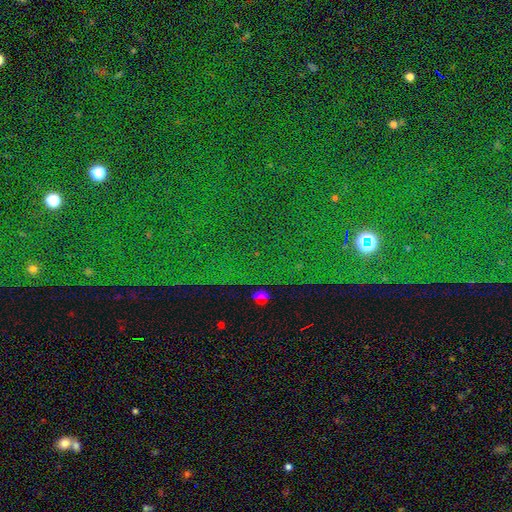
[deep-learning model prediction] A star or artifact, not a galaxy (83%).